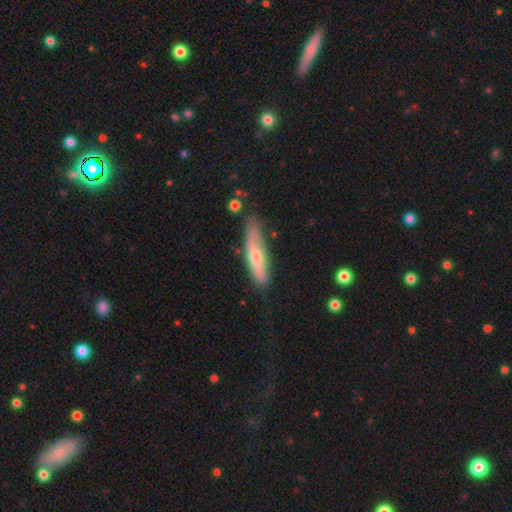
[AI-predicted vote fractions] Smooth or featured?
  - smooth: 52% *
  - featured or disk: 43%
  - star or artifact: 6%
How rounded?
  - cigar-shaped: 71% *
  - in between: 27%
  - round: 2%
Merging?
  - none: 65% *
  - minor disturbance: 25%
  - major disturbance: 6%
  - merger: 3%